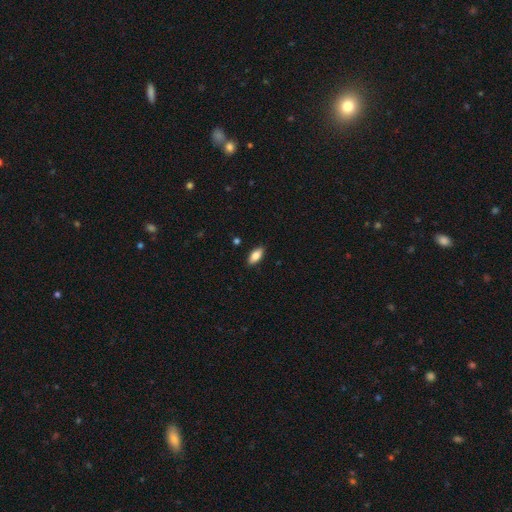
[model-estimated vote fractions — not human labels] Smooth or featured?
  - smooth: 84% *
  - featured or disk: 9%
  - star or artifact: 7%
How rounded?
  - in between: 89% *
  - cigar-shaped: 9%
  - round: 2%
Merging?
  - none: 88% *
  - minor disturbance: 9%
  - major disturbance: 2%
  - merger: 1%